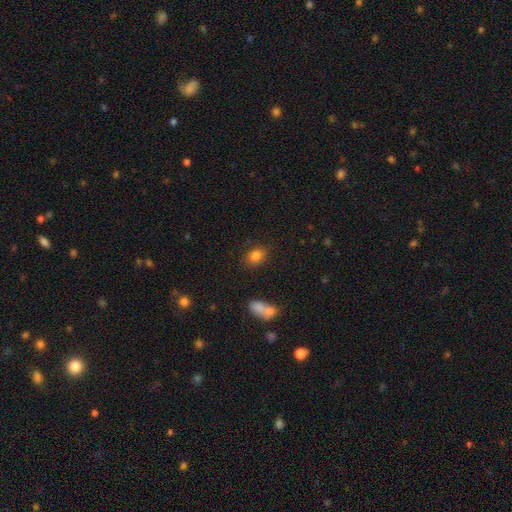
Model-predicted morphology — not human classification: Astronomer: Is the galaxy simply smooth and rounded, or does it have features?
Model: smooth — 83%.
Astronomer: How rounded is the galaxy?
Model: in between — 59% (runner-up: round, 39%).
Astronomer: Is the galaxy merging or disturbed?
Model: none — 79%.